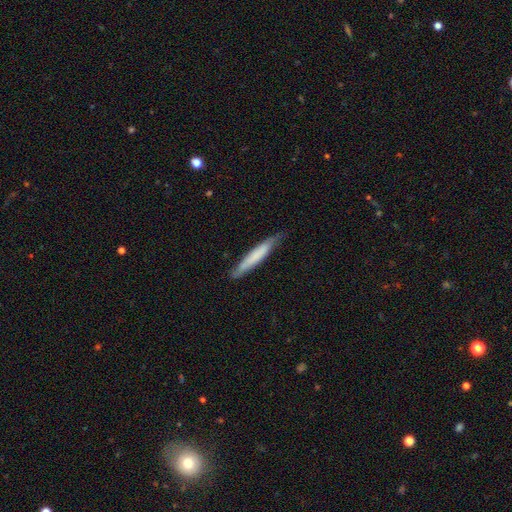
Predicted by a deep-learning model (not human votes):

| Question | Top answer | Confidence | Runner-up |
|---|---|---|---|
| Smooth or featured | smooth | 65% | featured or disk (29%) |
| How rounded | cigar-shaped | 94% | in between (5%) |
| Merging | none | 78% | minor disturbance (18%) |